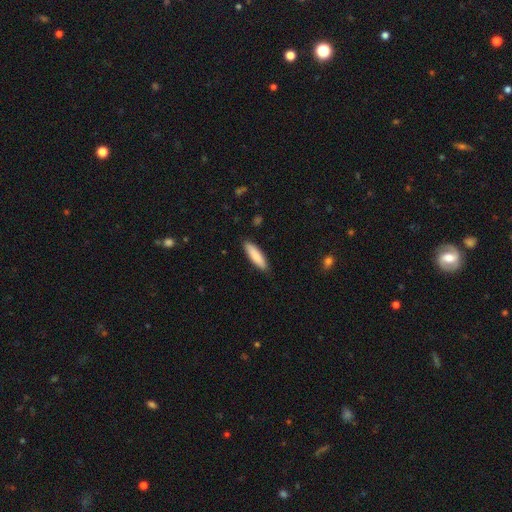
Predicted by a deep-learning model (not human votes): smooth-or-featured: smooth: 86% | featured or disk: 9% | star or artifact: 5%
  how-rounded: cigar-shaped: 67% | in between: 31% | round: 1%
  merging: none: 88% | minor disturbance: 9% | major disturbance: 2% | merger: 1%